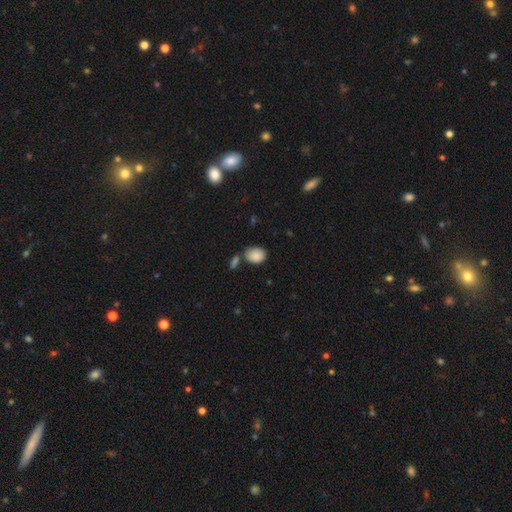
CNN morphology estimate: A smooth galaxy with no disk features (88%) that is in between round and cigar-shaped (66%). Merging: none (60%).